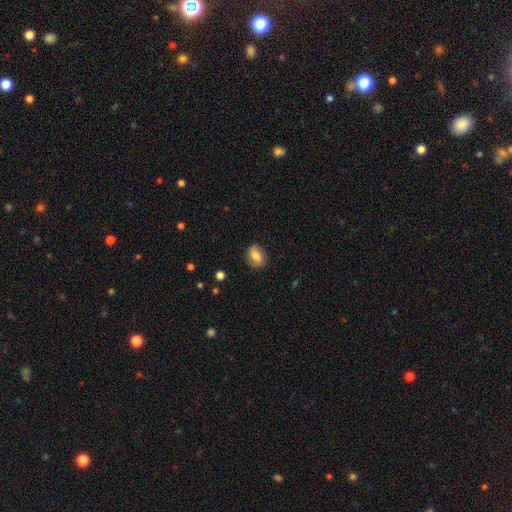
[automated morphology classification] Smooth or featured? Predicted: smooth (p=0.72). How rounded? Predicted: in between (p=0.66). Merging? Predicted: none (p=0.81).